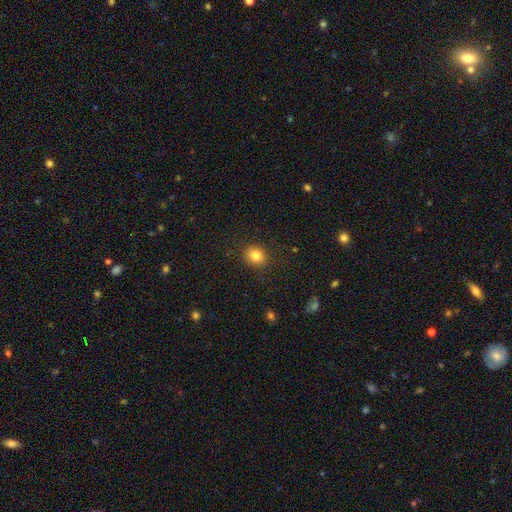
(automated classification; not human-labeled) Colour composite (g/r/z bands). It shows a smooth galaxy with no disk features (82%) that is round (73%). Merging: none (89%).